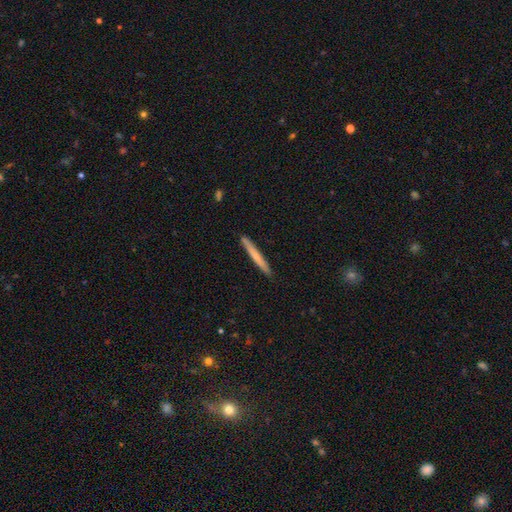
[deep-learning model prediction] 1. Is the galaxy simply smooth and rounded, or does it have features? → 58% smooth, 37% featured or disk, 6% star or artifact.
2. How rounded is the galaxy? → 97% cigar-shaped, 2% in between, 1% round.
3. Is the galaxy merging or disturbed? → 91% none, 7% minor disturbance, 1% major disturbance, 1% merger.